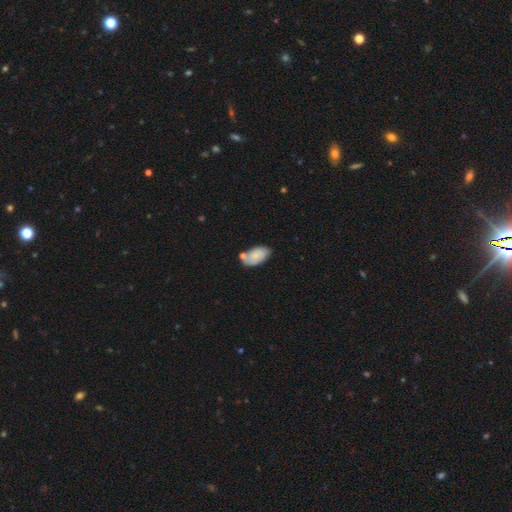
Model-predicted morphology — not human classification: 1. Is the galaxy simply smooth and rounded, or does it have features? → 73% smooth, 20% featured or disk, 7% star or artifact.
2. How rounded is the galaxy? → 94% in between, 3% round, 2% cigar-shaped.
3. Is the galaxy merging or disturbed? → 56% none, 21% minor disturbance, 17% merger, 5% major disturbance.